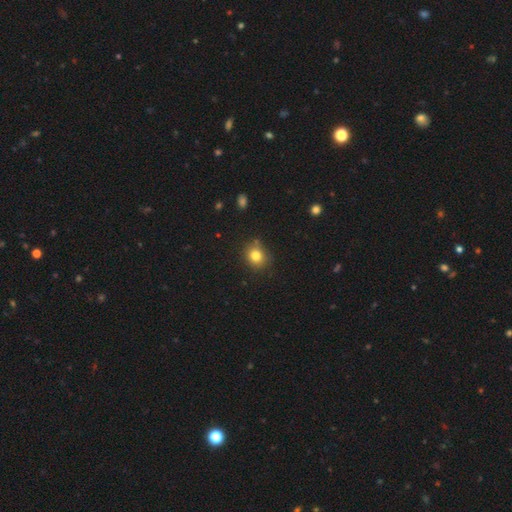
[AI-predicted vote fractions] This appears to be a smooth galaxy with no disk features (81%) that is round (73%). Merging: none (81%).